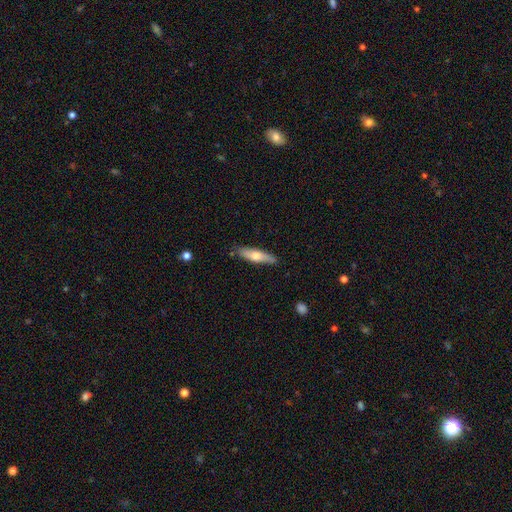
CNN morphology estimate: The model was most divided on "smooth or featured": smooth: 60%, featured or disk: 34%, star or artifact: 6%. More confident: merging — none (83%); how rounded — cigar-shaped (73%).